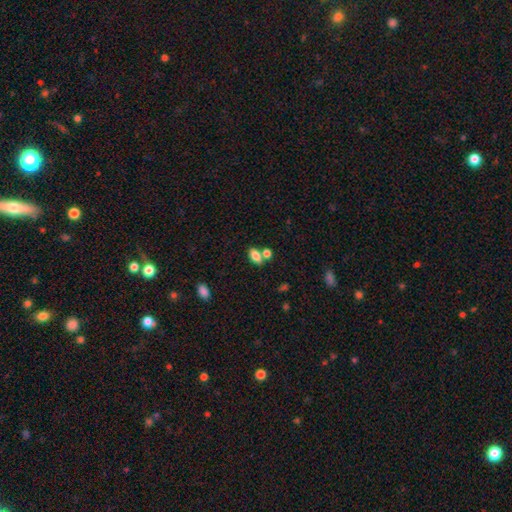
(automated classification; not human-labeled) Overall: smooth (81%). How rounded: in between (88%). Merging: none (55%; merger 31%).